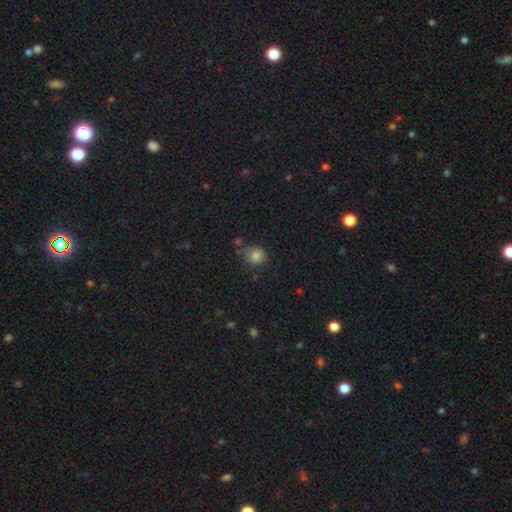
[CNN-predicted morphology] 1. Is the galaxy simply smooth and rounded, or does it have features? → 81% smooth, 13% star or artifact, 6% featured or disk.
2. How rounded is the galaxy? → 82% round, 17% in between, 1% cigar-shaped.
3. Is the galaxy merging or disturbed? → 67% none, 19% minor disturbance, 8% merger, 6% major disturbance.